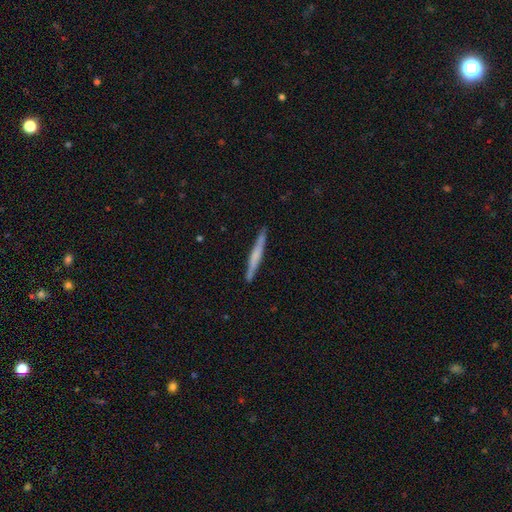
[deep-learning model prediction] Q: Smooth or featured?
A: smooth (49%); runner-up: featured or disk (46%)
Q: Merging?
A: none (90%); runner-up: minor disturbance (8%)